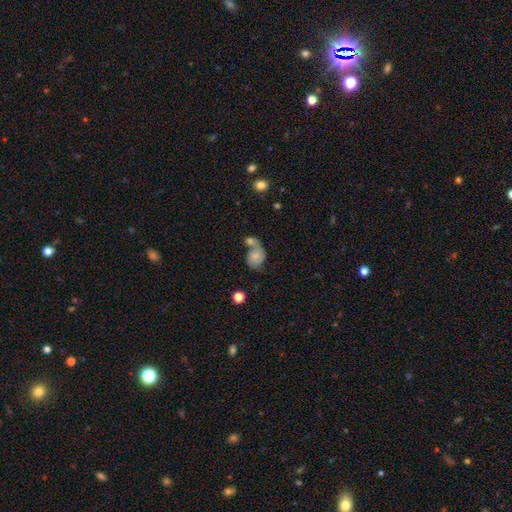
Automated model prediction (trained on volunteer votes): A smooth galaxy with no disk features (51%) that is in between round and cigar-shaped (53%). Merging: merger (49%).